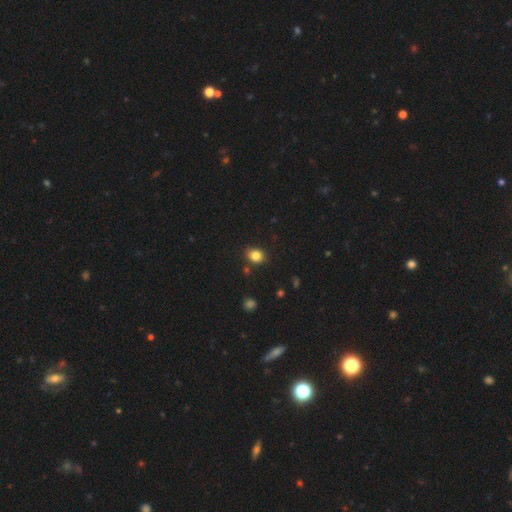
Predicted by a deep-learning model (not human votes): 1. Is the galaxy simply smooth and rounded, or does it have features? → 83% smooth, 11% star or artifact, 6% featured or disk.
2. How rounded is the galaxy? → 58% round, 41% in between, 1% cigar-shaped.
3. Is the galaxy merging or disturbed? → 84% none, 10% minor disturbance, 3% merger, 2% major disturbance.